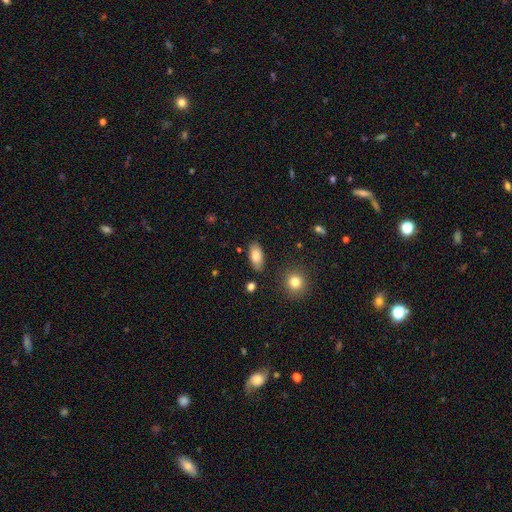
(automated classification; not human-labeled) Smooth or featured: smooth — 82% (featured or disk — 10%)
How rounded: in between — 91% (cigar-shaped — 6%)
Merging: none — 83% (minor disturbance — 12%)